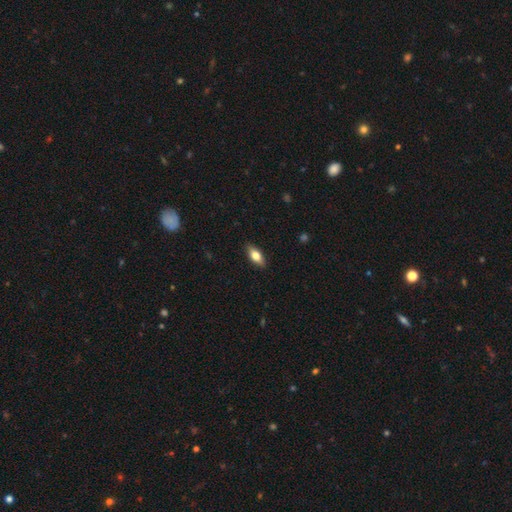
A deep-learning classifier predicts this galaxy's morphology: smooth-or-featured: smooth: 72% | featured or disk: 22% | star or artifact: 6%
  how-rounded: in between: 80% | cigar-shaped: 16% | round: 3%
  merging: none: 89% | minor disturbance: 9% | major disturbance: 2% | merger: 1%